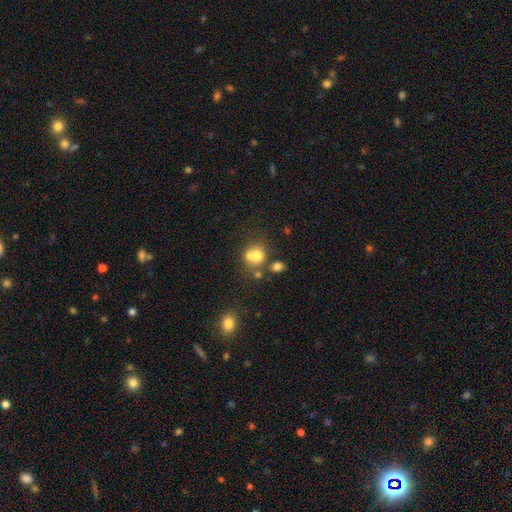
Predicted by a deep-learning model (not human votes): Morphology: type=smooth (69%); roundness=round (76%); merging=merger (48%).